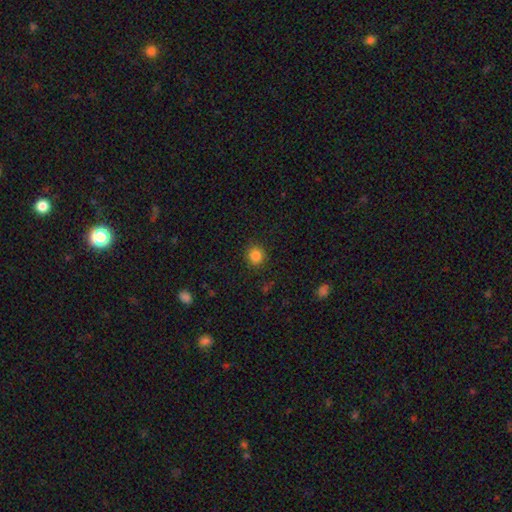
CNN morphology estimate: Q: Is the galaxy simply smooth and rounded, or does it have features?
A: smooth — 84%.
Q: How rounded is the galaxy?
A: round — 90%.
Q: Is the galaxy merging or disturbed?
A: none — 90%.